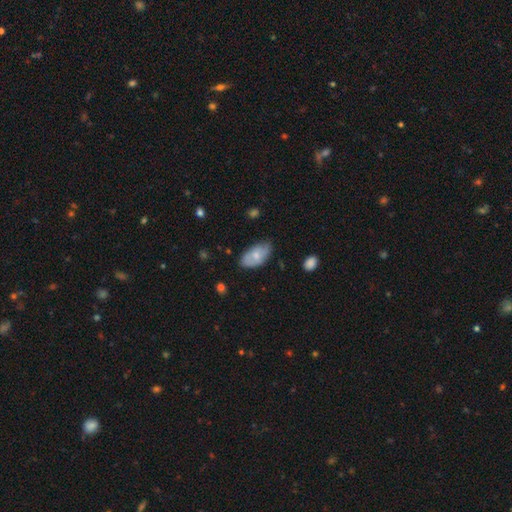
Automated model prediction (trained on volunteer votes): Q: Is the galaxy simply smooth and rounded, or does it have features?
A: smooth — 67%.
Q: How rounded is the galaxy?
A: in between — 94%.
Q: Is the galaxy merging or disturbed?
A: none — 62%.